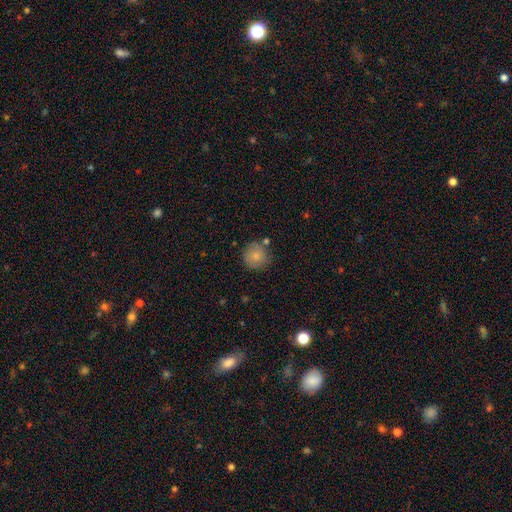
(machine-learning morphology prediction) Smooth or featured? smooth (81%)
How rounded? round (93%)
Merging? none (76%)